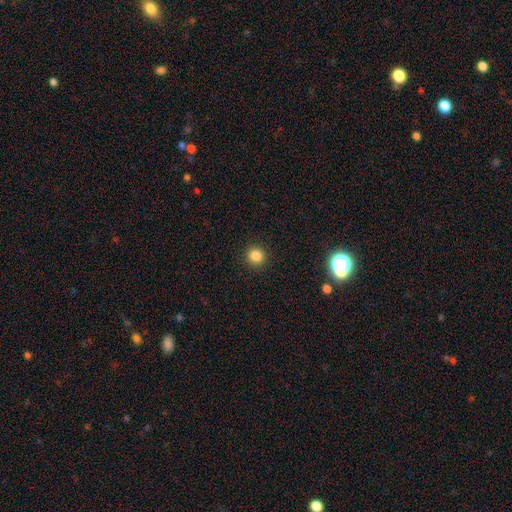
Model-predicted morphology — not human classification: Smooth or featured? smooth (84%)
How rounded? round (92%)
Merging? none (92%)